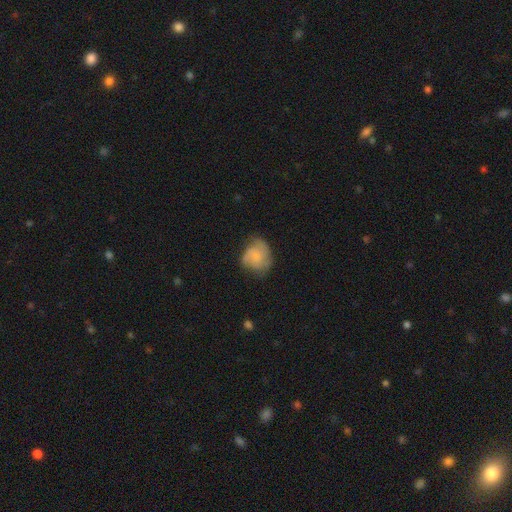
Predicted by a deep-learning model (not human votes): A smooth galaxy with no disk features (53%) that is round (63%). Merging: none (51%).